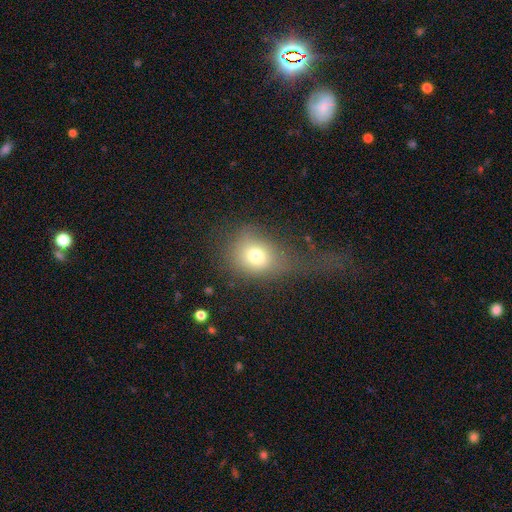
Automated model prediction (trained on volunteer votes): Q: Smooth or featured?
A: smooth (73%); runner-up: featured or disk (13%)
Q: How rounded?
A: round (60%); runner-up: in between (39%)
Q: Merging?
A: none (37%); tied with: major disturbance (37%)